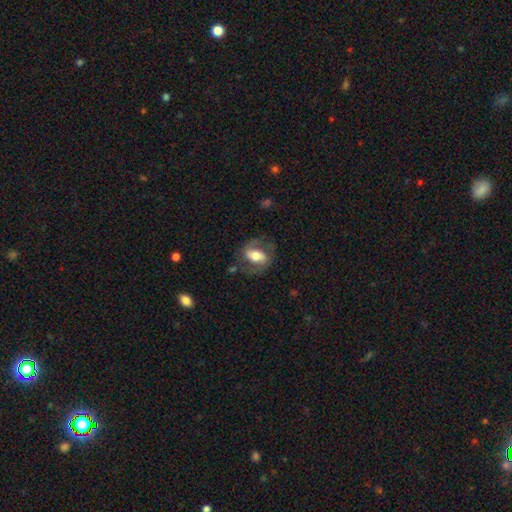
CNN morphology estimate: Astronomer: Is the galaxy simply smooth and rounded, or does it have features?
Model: featured or disk — 63%.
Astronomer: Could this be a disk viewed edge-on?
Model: no — 95%.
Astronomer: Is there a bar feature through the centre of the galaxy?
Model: strong — 37% (runner-up: weak, 35%).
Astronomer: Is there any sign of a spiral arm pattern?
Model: yes — 82%.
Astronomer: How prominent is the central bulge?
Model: moderate — 60%.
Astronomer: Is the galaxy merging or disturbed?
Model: none — 66%.